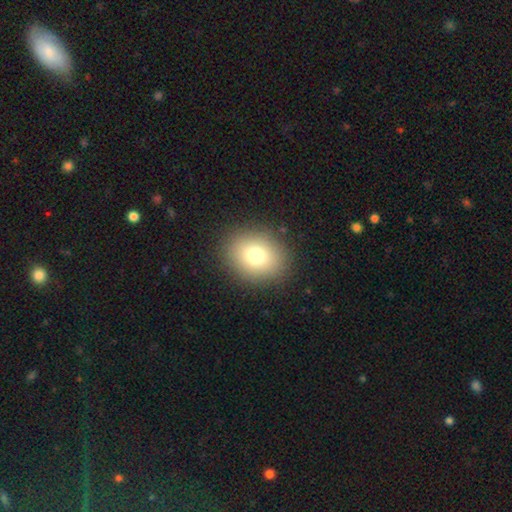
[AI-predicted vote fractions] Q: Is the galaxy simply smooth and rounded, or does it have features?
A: smooth — 78%.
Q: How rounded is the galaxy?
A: round — 58%.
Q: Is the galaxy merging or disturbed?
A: none — 89%.